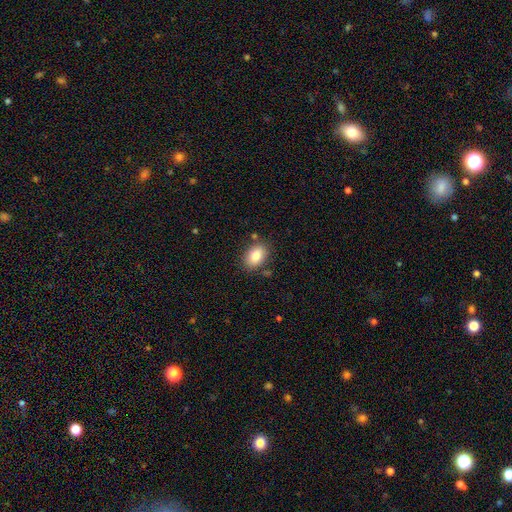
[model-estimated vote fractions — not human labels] A smooth galaxy with no disk features (83%) that is in between round and cigar-shaped (82%). Merging: none (82%).